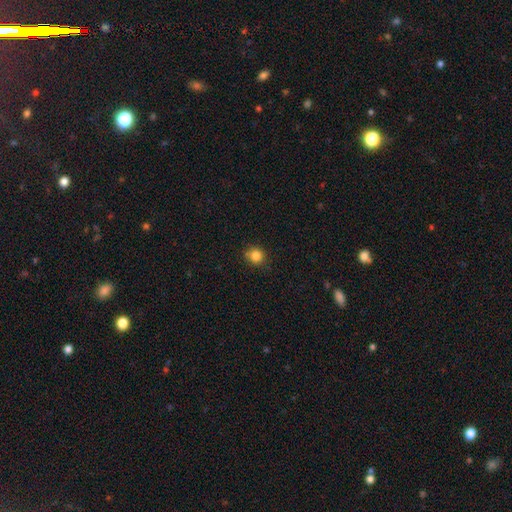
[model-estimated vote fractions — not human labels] Overall: smooth (84%). How rounded: round (90%). Merging: none (81%).